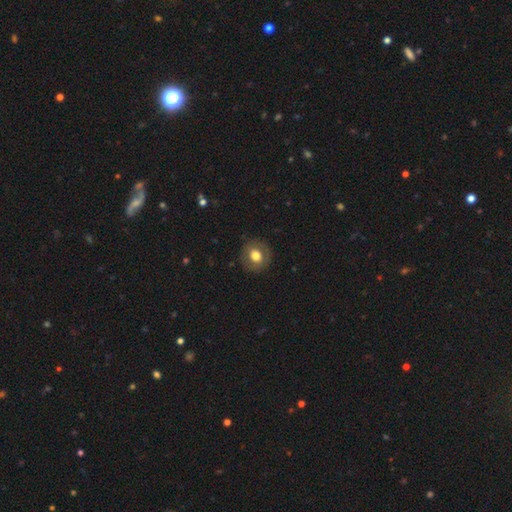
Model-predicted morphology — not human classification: smooth_or_featured: smooth (p=0.71) [alt: featured or disk p=0.21]
how_rounded: round (p=0.82) [alt: in between p=0.17]
merging: none (p=0.87) [alt: minor disturbance p=0.09]